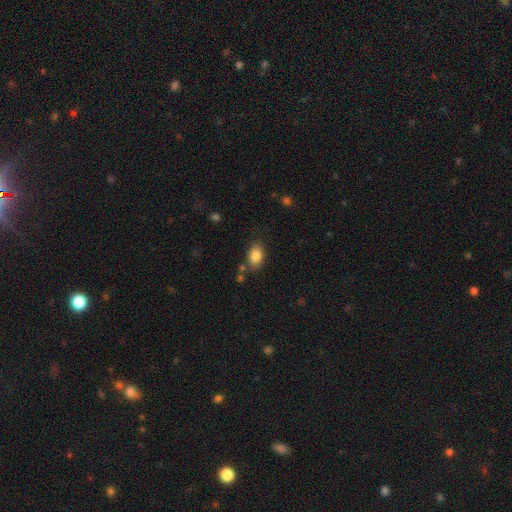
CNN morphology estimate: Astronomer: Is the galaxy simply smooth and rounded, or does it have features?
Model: smooth — 84%.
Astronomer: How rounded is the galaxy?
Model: in between — 84%.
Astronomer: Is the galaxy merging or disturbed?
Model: none — 78%.